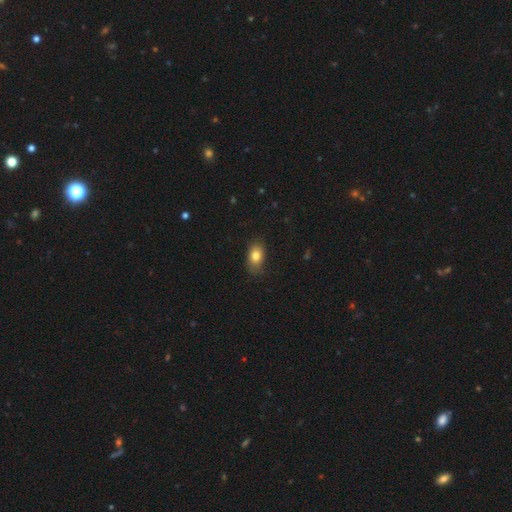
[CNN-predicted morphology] smooth-or-featured: smooth: 82% | featured or disk: 10% | star or artifact: 8%
  how-rounded: in between: 85% | round: 13% | cigar-shaped: 2%
  merging: none: 74% | minor disturbance: 21% | major disturbance: 4% | merger: 1%